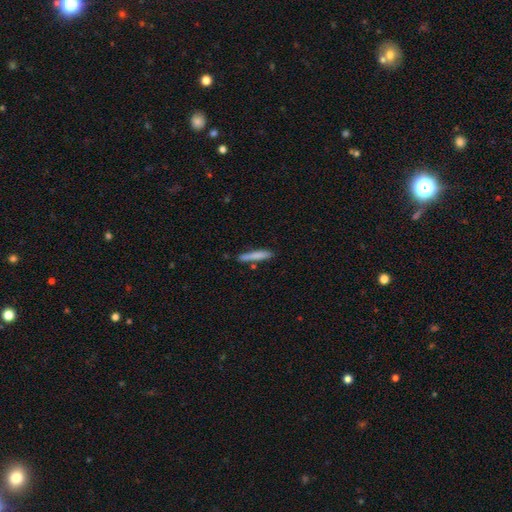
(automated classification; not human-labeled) smooth_or_featured: smooth (p=0.78) [alt: featured or disk p=0.17]
how_rounded: cigar-shaped (p=0.94) [alt: in between p=0.05]
merging: none (p=0.80) [alt: minor disturbance p=0.13]